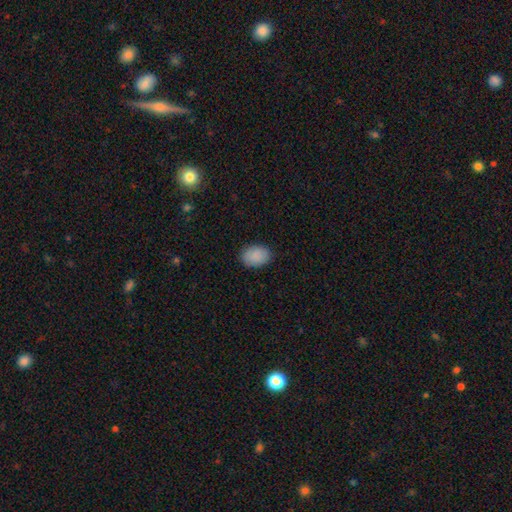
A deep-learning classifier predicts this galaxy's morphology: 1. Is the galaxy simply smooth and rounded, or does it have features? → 90% smooth, 7% star or artifact, 3% featured or disk.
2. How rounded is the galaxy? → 81% in between, 18% round, 1% cigar-shaped.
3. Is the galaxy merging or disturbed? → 87% none, 10% minor disturbance, 2% major disturbance, 1% merger.